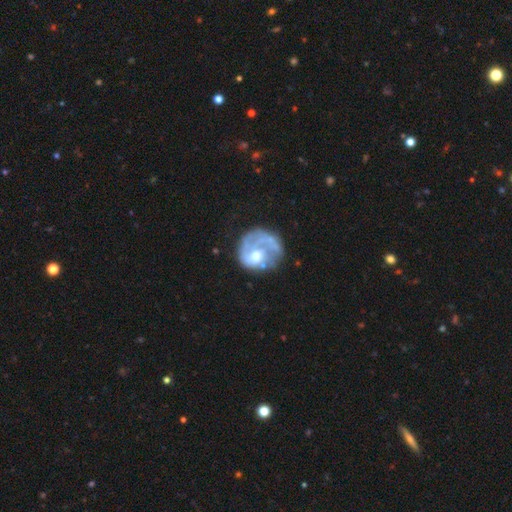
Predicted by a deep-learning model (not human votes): featured or disk 63%, smooth 30%, star or artifact 8%. Down the decision tree: edge-on disk — no (98%); bar — no (78%); spiral arms — yes (51%); bulge size — moderate (56%); merging — none (46%).